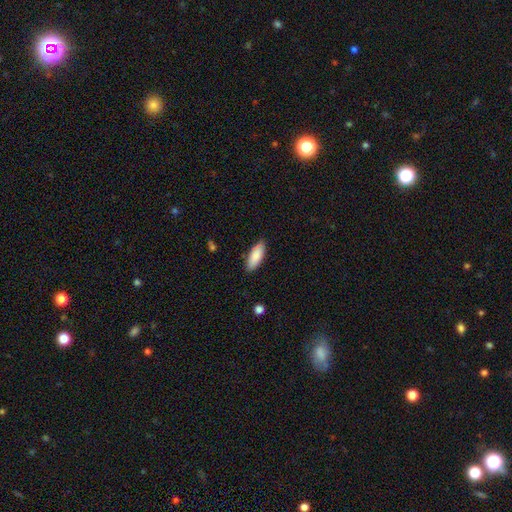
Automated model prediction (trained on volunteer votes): This is clearly a smooth galaxy (87%). How rounded: likely in between (77%). Merging: clearly none (83%).